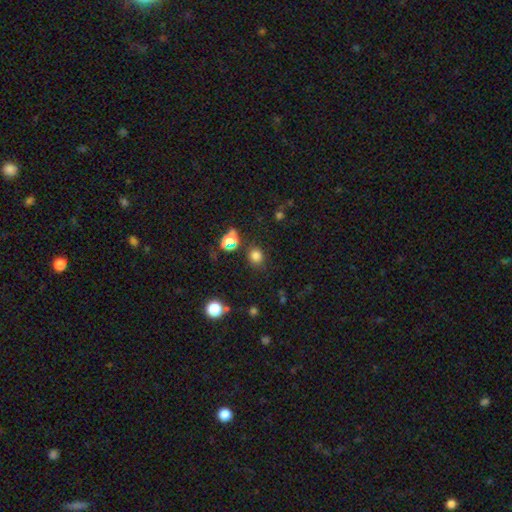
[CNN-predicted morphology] type=smooth (75%); roundness=round (79%); merging=none (82%).